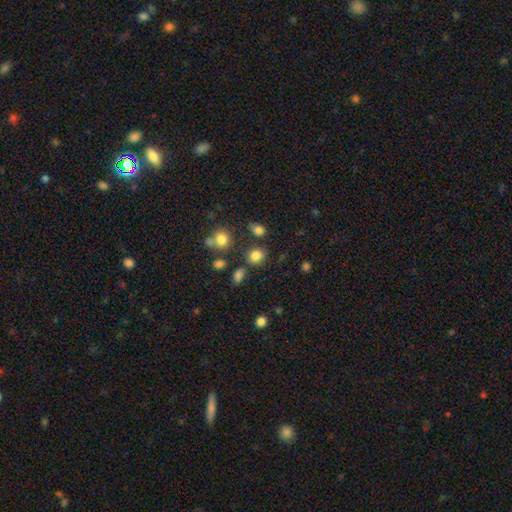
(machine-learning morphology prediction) Smooth or featured?
  - smooth: 81% *
  - star or artifact: 14%
  - featured or disk: 6%
How rounded?
  - round: 71% *
  - in between: 28%
  - cigar-shaped: 1%
Merging?
  - none: 75% *
  - minor disturbance: 12%
  - merger: 8%
  - major disturbance: 4%